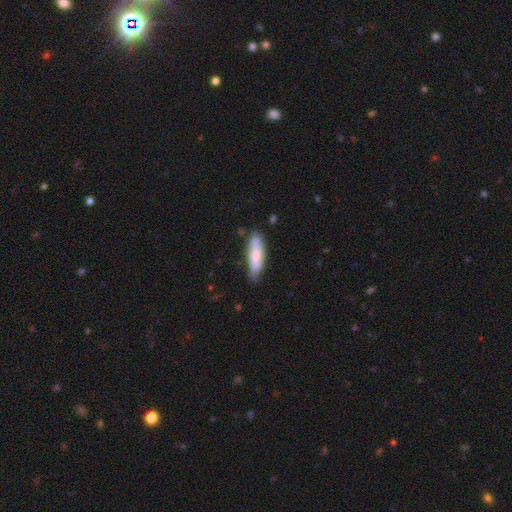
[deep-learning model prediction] A smooth galaxy with no disk features (76%) that is cigar-shaped (55%). Merging: none (73%).